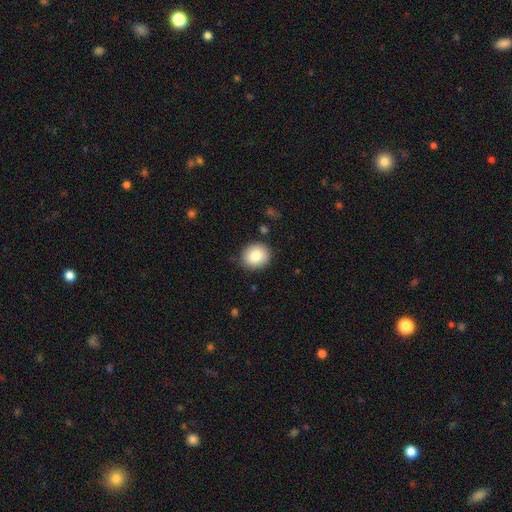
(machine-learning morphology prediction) Smooth or featured?
  - smooth: 84% *
  - star or artifact: 8%
  - featured or disk: 7%
How rounded?
  - round: 78% *
  - in between: 21%
  - cigar-shaped: 1%
Merging?
  - none: 86% *
  - minor disturbance: 10%
  - major disturbance: 2%
  - merger: 2%